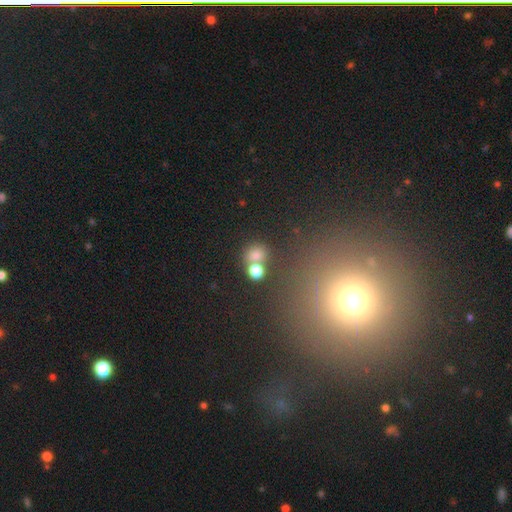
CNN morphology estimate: Overall: smooth (75%). How rounded: round (76%). Merging: none (50%; merger 36%).